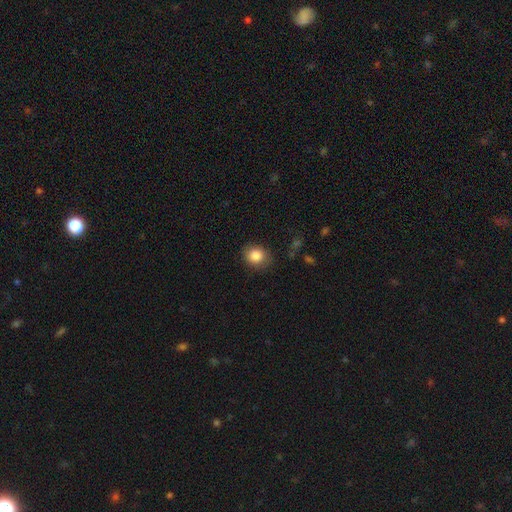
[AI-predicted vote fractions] smooth_or_featured: smooth (p=0.85) [alt: star or artifact p=0.09]
how_rounded: round (p=0.68) [alt: in between p=0.31]
merging: none (p=0.81) [alt: minor disturbance p=0.14]